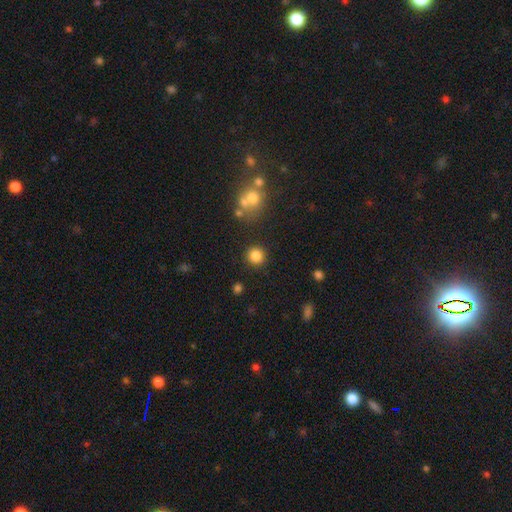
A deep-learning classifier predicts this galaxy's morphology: Smooth or featured? smooth (83%)
How rounded? round (93%)
Merging? none (88%)